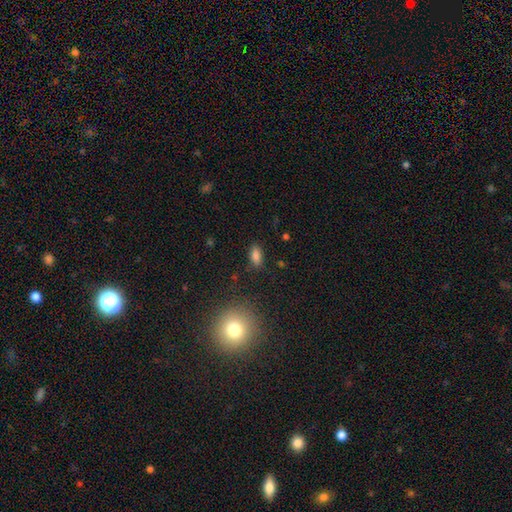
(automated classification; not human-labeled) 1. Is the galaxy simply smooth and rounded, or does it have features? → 81% smooth, 13% star or artifact, 6% featured or disk.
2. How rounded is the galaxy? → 89% in between, 6% cigar-shaped, 6% round.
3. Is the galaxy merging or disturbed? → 83% none, 12% minor disturbance, 3% major disturbance, 2% merger.